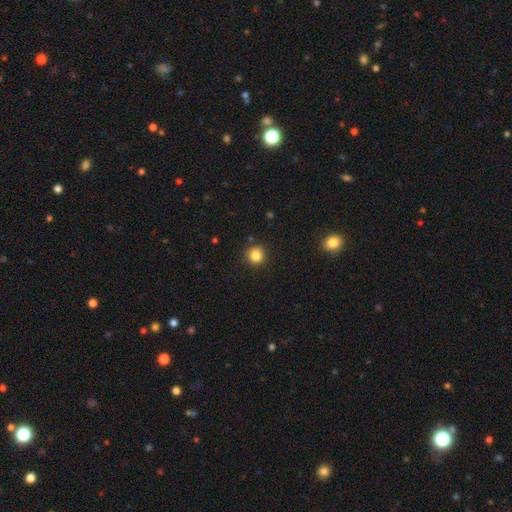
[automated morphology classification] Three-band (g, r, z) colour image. It shows a smooth galaxy with no disk features (84%) that is round (92%). Merging: none (87%).